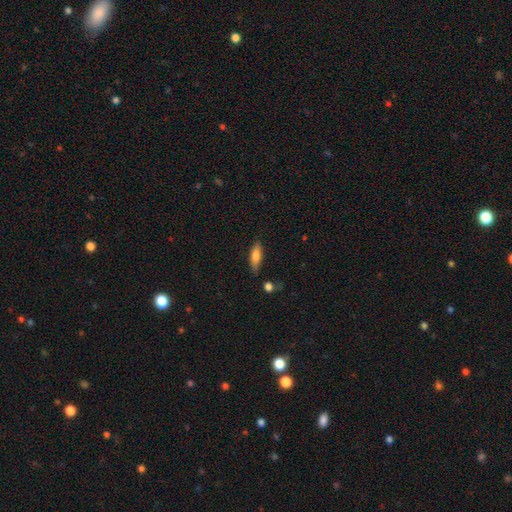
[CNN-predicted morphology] Smooth or featured? Predicted: smooth (p=0.76). How rounded? Predicted: cigar-shaped (p=0.51). Merging? Predicted: none (p=0.76).